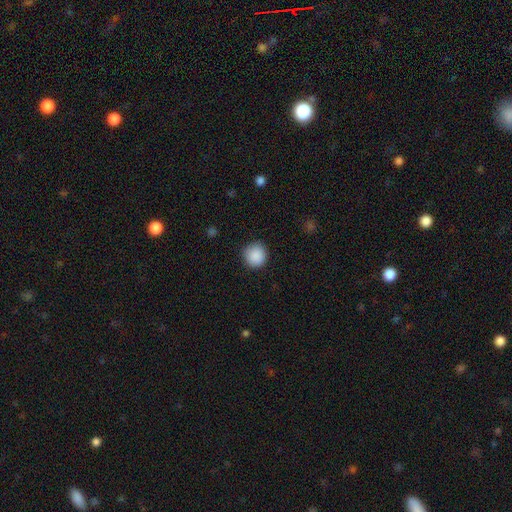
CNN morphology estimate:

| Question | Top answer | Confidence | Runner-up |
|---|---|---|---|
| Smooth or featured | smooth | 89% | star or artifact (8%) |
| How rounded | round | 94% | in between (5%) |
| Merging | none | 89% | minor disturbance (8%) |